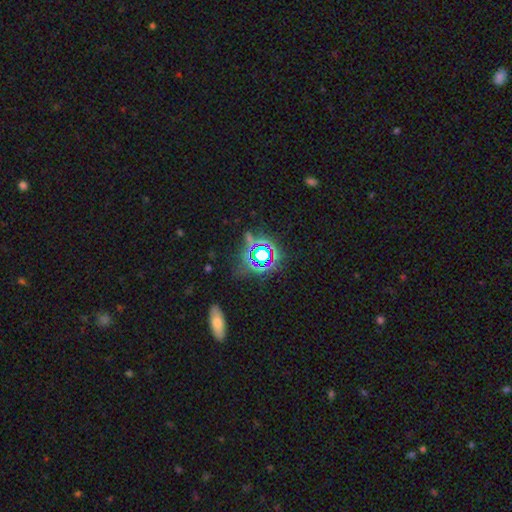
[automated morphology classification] smooth-or-featured: star or artifact: 72% | smooth: 17% | featured or disk: 11%